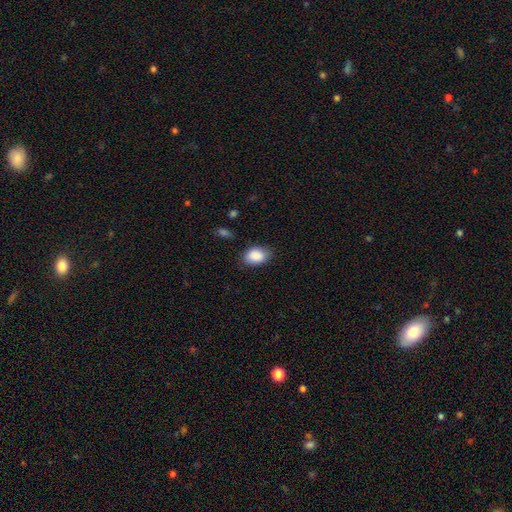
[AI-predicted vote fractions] Smooth or featured? Predicted: smooth (p=0.89). How rounded? Predicted: in between (p=0.82). Merging? Predicted: none (p=0.79).